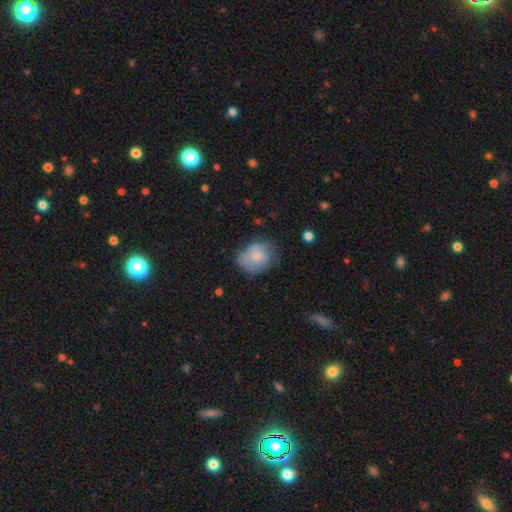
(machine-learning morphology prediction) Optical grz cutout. It shows a smooth galaxy with no disk features (64%) that is round (50%). Merging: none (50%).